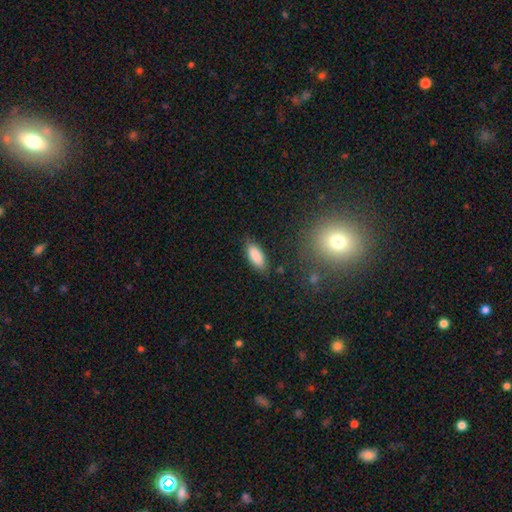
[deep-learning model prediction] A smooth galaxy with no disk features (87%) that is in between round and cigar-shaped (84%). Merging: none (81%).